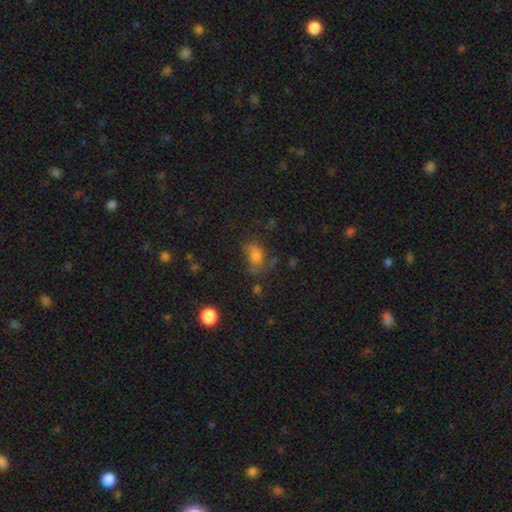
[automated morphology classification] Smooth or featured? Predicted: smooth (p=0.57). How rounded? Predicted: in between (p=0.59). Merging? Predicted: none (p=0.39).